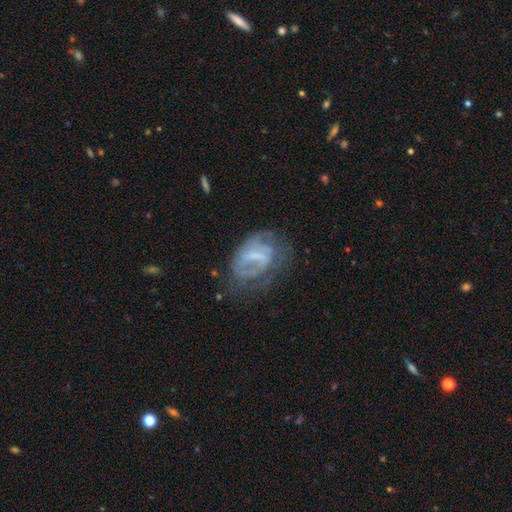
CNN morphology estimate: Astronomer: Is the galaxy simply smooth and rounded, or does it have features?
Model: featured or disk — 65%.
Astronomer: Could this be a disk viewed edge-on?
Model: no — 95%.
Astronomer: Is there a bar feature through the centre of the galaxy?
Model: weak — 42% (runner-up: strong, 29%).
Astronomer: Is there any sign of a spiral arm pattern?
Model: yes — 54% (runner-up: no, 46%).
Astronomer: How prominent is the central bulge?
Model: none — 43% (runner-up: small, 32%).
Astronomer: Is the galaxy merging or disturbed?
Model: none — 45% (runner-up: major disturbance, 28%).